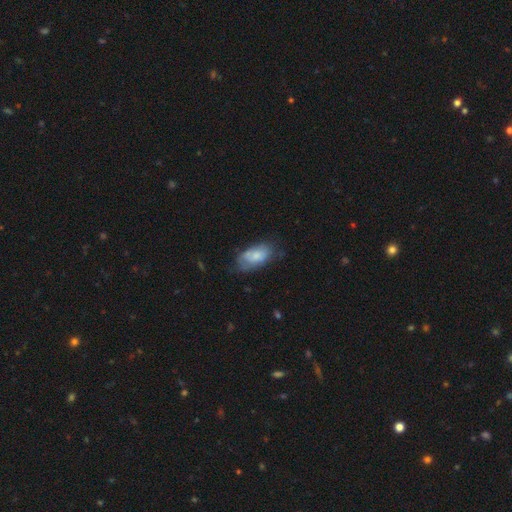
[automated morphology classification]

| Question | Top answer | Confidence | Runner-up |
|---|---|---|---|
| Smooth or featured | smooth | 66% | featured or disk (27%) |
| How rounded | in between | 93% | cigar-shaped (4%) |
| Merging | none | 54% | minor disturbance (31%) |